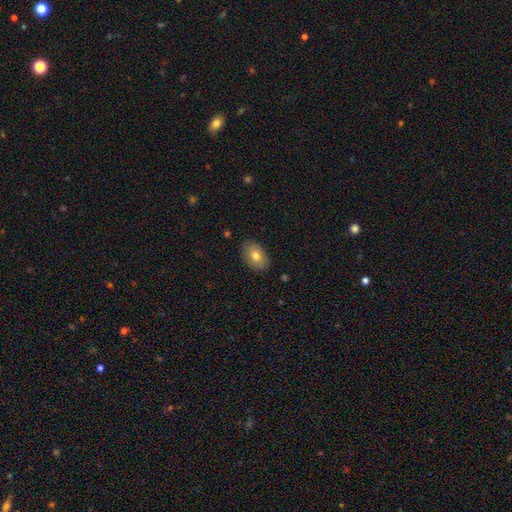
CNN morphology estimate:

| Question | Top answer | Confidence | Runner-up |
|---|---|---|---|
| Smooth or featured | smooth | 73% | featured or disk (19%) |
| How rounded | in between | 85% | round (14%) |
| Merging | none | 86% | minor disturbance (10%) |